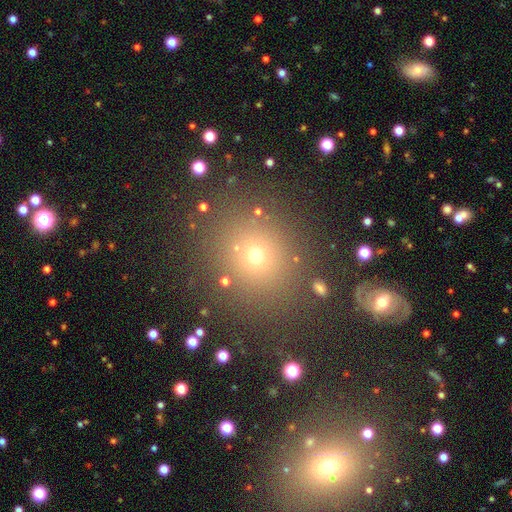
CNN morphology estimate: Smooth or featured: smooth — 64% (star or artifact — 26%)
How rounded: round — 84% (in between — 15%)
Merging: none — 82% (minor disturbance — 9%)